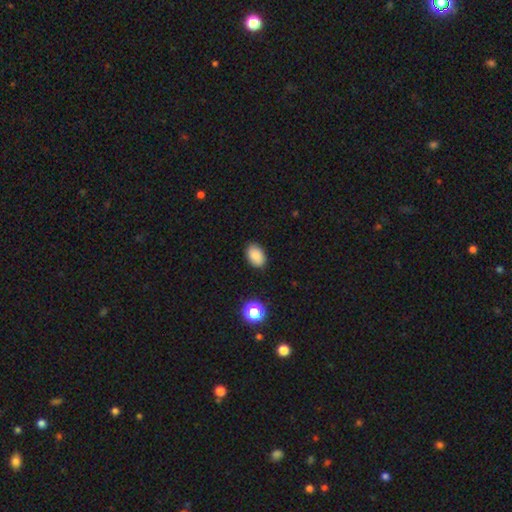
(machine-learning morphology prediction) A smooth galaxy with no disk features (85%) that is in between round and cigar-shaped (86%). Merging: none (87%).